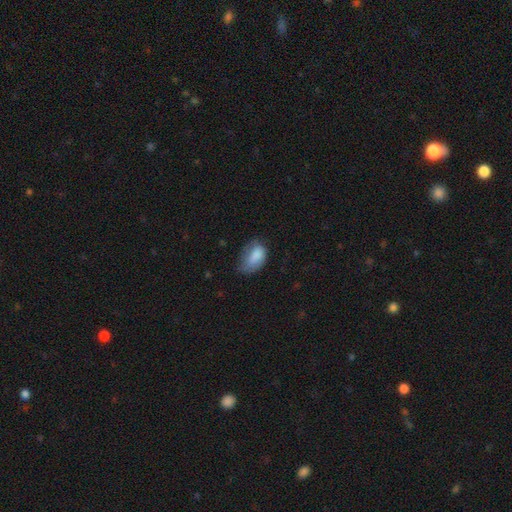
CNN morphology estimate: Q: Smooth or featured?
A: smooth (79%); runner-up: featured or disk (14%)
Q: How rounded?
A: in between (90%); runner-up: round (7%)
Q: Merging?
A: none (42%); runner-up: minor disturbance (39%)